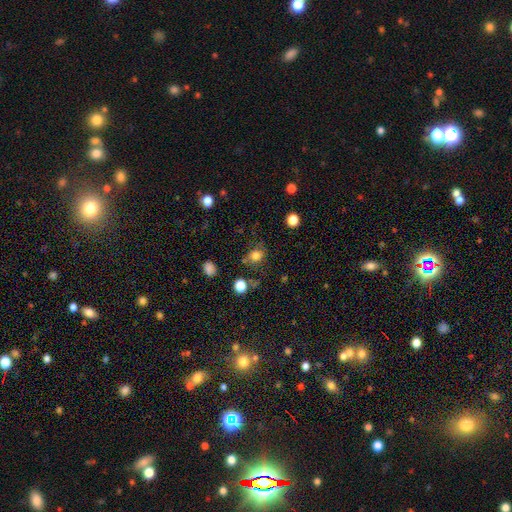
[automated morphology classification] Smooth or featured? Predicted: smooth (p=0.77). How rounded? Predicted: round (p=0.64). Merging? Predicted: none (p=0.68).